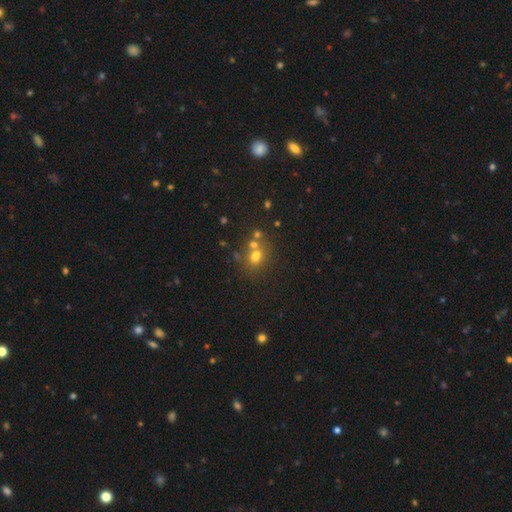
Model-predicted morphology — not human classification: A smooth galaxy with no disk features (63%) that is round (53%).

Vote fractions:
- Smooth or featured? smooth: 63% / star or artifact: 20% / featured or disk: 17%
- How rounded? round: 53% / in between: 46% / cigar-shaped: 1%
- Merging? none: 51% / merger: 33% / minor disturbance: 11% / major disturbance: 5%